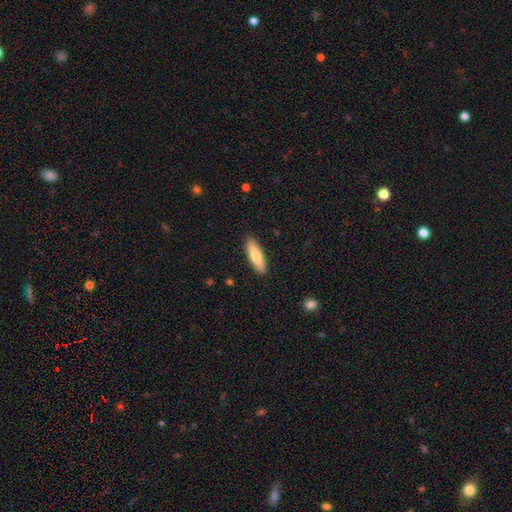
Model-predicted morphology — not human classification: Overall: smooth (73%). How rounded: cigar-shaped (54%; in between 44%). Merging: none (90%).